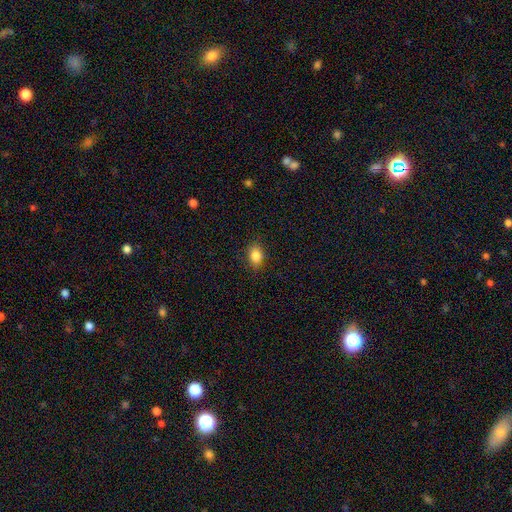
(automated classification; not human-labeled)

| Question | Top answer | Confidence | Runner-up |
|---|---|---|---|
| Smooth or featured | smooth | 85% | star or artifact (9%) |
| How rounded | in between | 78% | round (20%) |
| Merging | none | 85% | minor disturbance (11%) |